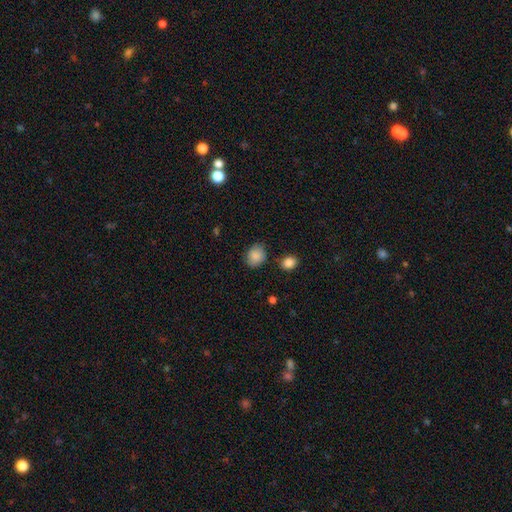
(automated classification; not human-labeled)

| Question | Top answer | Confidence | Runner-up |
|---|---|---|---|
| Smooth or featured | smooth | 85% | star or artifact (8%) |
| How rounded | round | 54% | in between (45%) |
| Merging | none | 74% | minor disturbance (18%) |